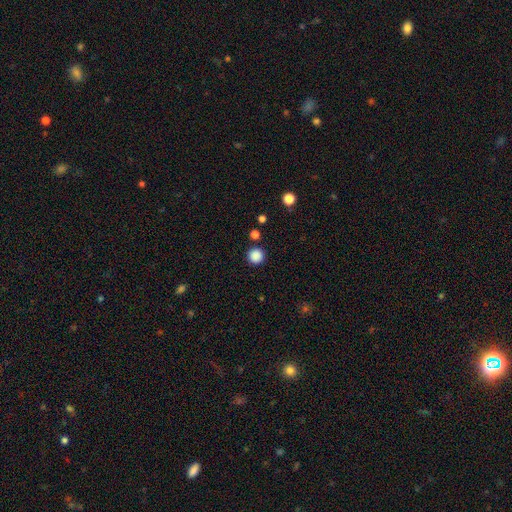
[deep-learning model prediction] Smooth or featured: smooth — 86% (star or artifact — 11%)
How rounded: round — 96% (in between — 3%)
Merging: none — 89% (minor disturbance — 6%)